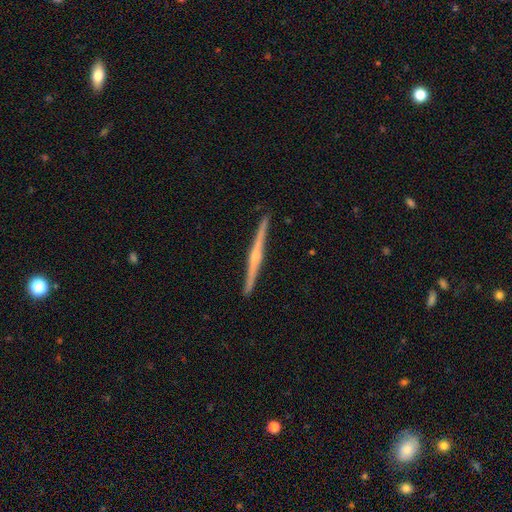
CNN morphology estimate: Smooth or featured? featured or disk (81%)
Edge-on disk? yes (99%)
Edge-on bulge? rounded (74%)
Merging? none (92%)